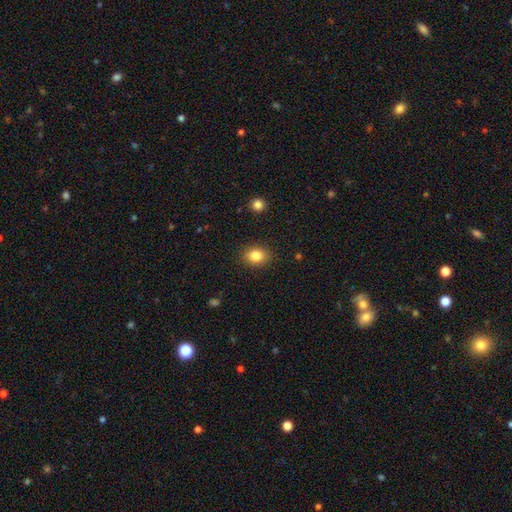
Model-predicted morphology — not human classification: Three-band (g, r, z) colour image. It shows a smooth galaxy with no disk features (84%) that is in between round and cigar-shaped (51%). Merging: none (88%).